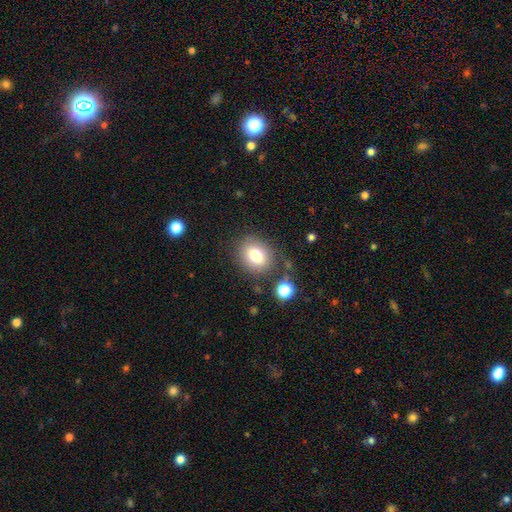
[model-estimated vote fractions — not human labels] Smooth or featured: smooth — 77% (featured or disk — 12%)
How rounded: in between — 51% (round — 48%)
Merging: none — 75% (minor disturbance — 14%)